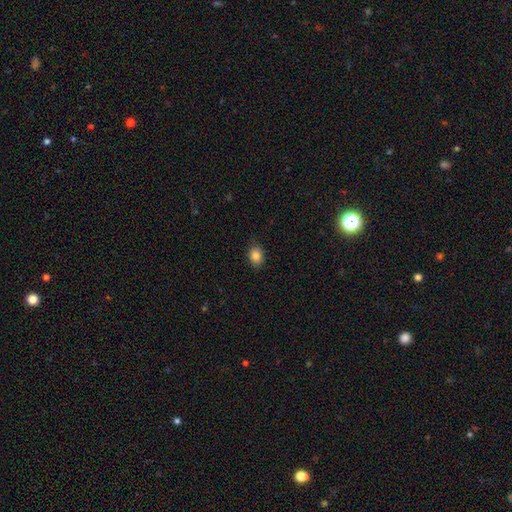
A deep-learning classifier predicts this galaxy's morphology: A smooth galaxy with no disk features (84%) that is in between round and cigar-shaped (64%).

Vote fractions:
- Smooth or featured? smooth: 84% / star or artifact: 10% / featured or disk: 6%
- How rounded? in between: 64% / round: 34% / cigar-shaped: 1%
- Merging? none: 86% / minor disturbance: 11% / major disturbance: 2% / merger: 1%